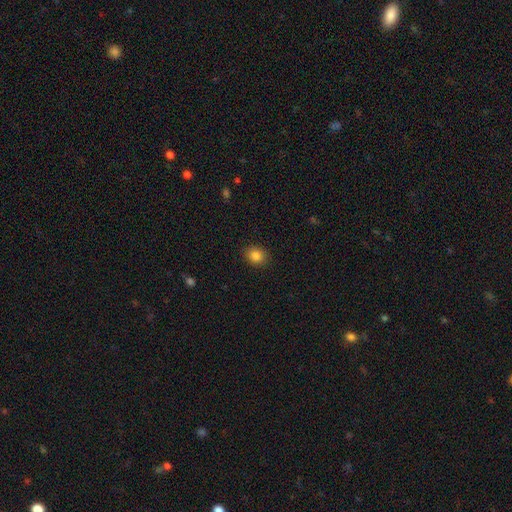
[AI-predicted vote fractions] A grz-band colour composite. It shows a smooth galaxy with no disk features (84%) that is round (62%). Merging: none (89%).